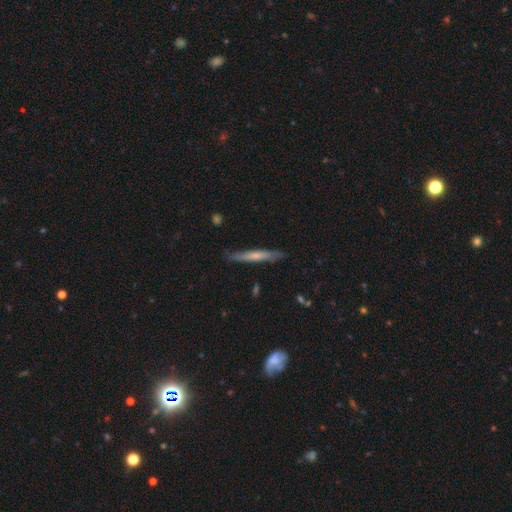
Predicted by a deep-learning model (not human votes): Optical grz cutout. It shows a smooth galaxy with no disk features (55%) that is cigar-shaped (94%). Merging: none (83%).